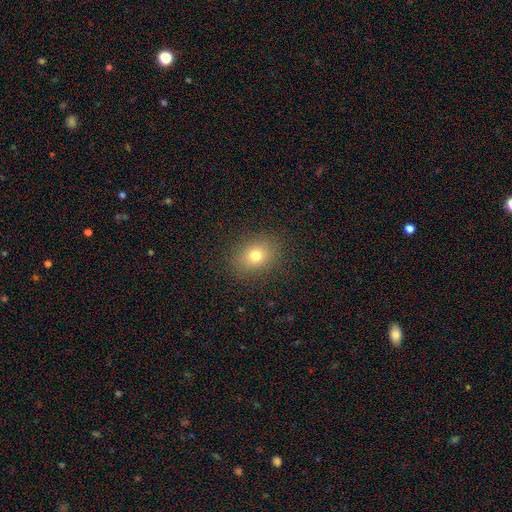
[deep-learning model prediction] smooth 76%, star or artifact 14%, featured or disk 11%. Down the decision tree: how rounded — in between (50%); merging — none (87%).